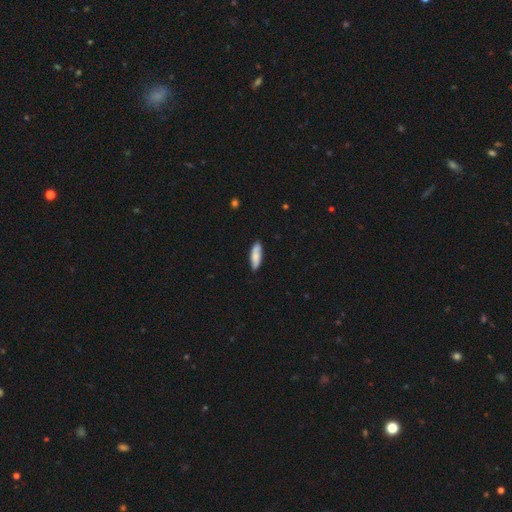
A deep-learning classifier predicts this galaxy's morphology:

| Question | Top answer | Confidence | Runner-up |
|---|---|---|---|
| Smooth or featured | smooth | 76% | featured or disk (19%) |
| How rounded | in between | 50% | cigar-shaped (48%) |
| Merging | none | 83% | minor disturbance (14%) |